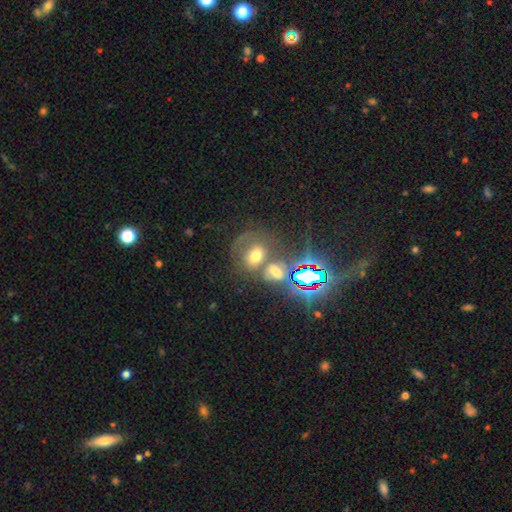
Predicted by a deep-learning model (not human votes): Q: Smooth or featured?
A: smooth (53%); runner-up: star or artifact (26%)
Q: How rounded?
A: in between (53%); runner-up: round (46%)
Q: Merging?
A: merger (38%); runner-up: none (36%)